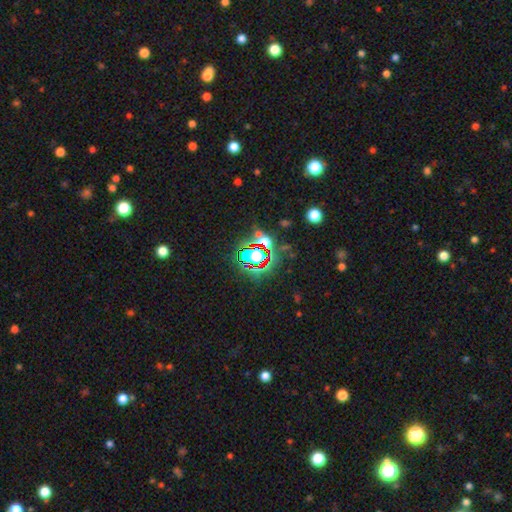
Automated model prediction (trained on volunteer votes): star or artifact 71%, smooth 18%, featured or disk 11%.